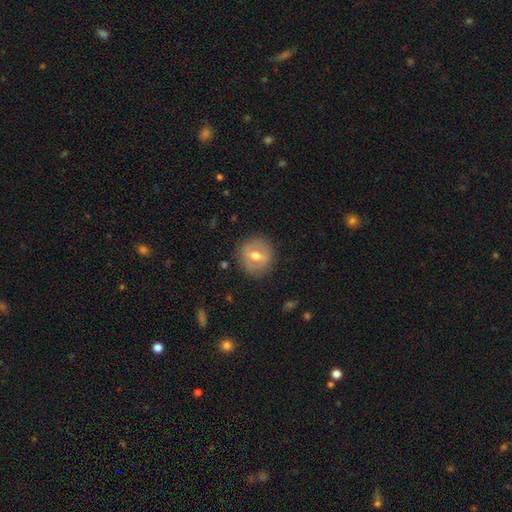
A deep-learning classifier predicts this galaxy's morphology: smooth-or-featured: featured or disk: 55% | smooth: 38% | star or artifact: 7%
  disk-edge-on: no: 90% | yes: 10%
  merging: none: 84% | minor disturbance: 11% | major disturbance: 4% | merger: 1%